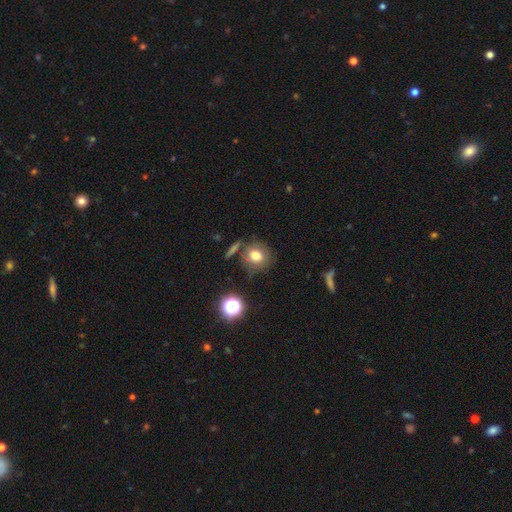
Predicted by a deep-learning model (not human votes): The model was most divided on "smooth or featured": smooth: 75%, star or artifact: 14%, featured or disk: 11%. More confident: how rounded — round (82%); merging — none (75%).